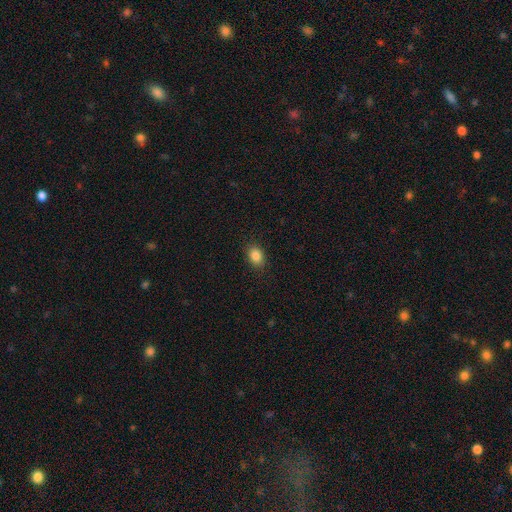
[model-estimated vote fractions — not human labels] smooth-or-featured: smooth: 86% | star or artifact: 10% | featured or disk: 5%
  how-rounded: in between: 70% | round: 29% | cigar-shaped: 1%
  merging: none: 88% | minor disturbance: 9% | major disturbance: 2% | merger: 1%